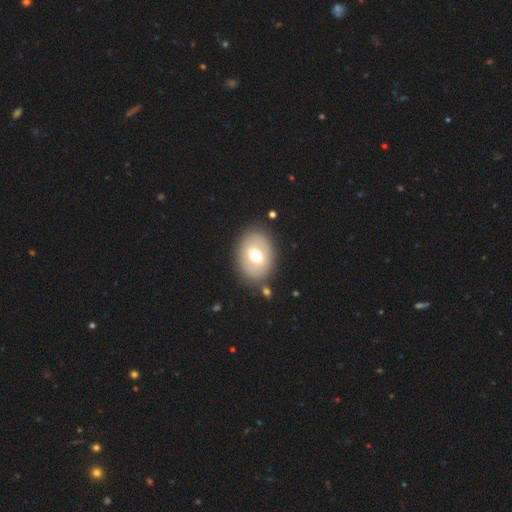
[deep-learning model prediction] smooth-or-featured: smooth: 60% | featured or disk: 32% | star or artifact: 8%
  how-rounded: in between: 66% | round: 33% | cigar-shaped: 1%
  merging: none: 80% | minor disturbance: 11% | merger: 5% | major disturbance: 4%